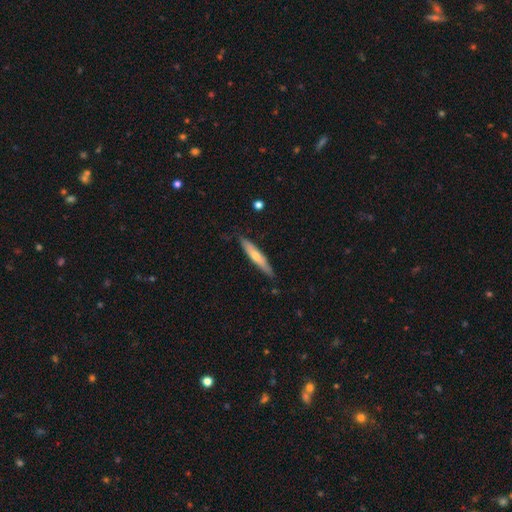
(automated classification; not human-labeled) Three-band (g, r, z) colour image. It shows a smooth galaxy with no disk features (57%) that is cigar-shaped (89%). Merging: none (82%).